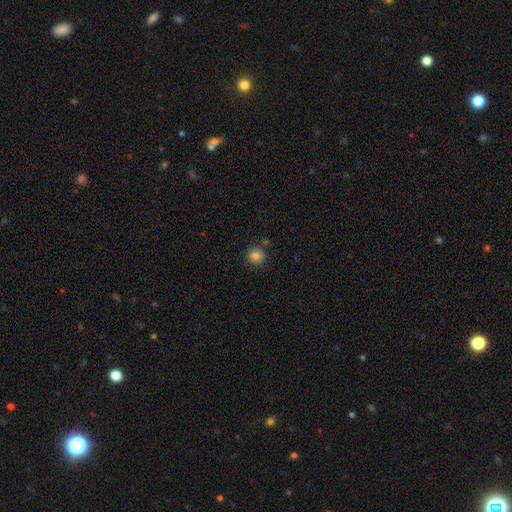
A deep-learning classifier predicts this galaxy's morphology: smooth 83%, star or artifact 12%, featured or disk 6%. Down the decision tree: how rounded — round (90%); merging — none (82%).